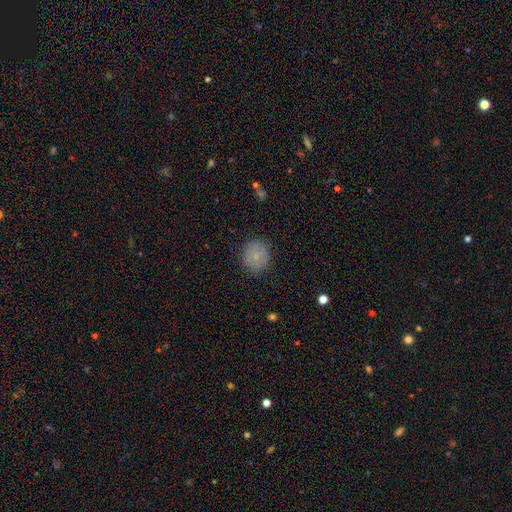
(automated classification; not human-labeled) smooth 79%, featured or disk 12%, star or artifact 9%. Down the decision tree: how rounded — round (83%); merging — none (86%).